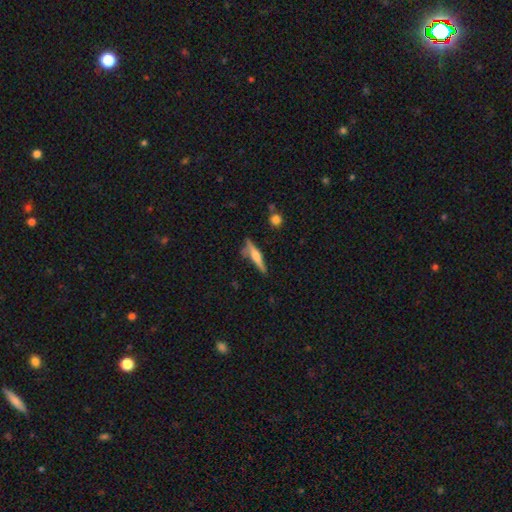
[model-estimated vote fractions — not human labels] featured or disk 58%, smooth 35%, star or artifact 7%. Down the decision tree: edge-on disk — yes (96%); edge-on bulge — rounded (78%); merging — none (75%).